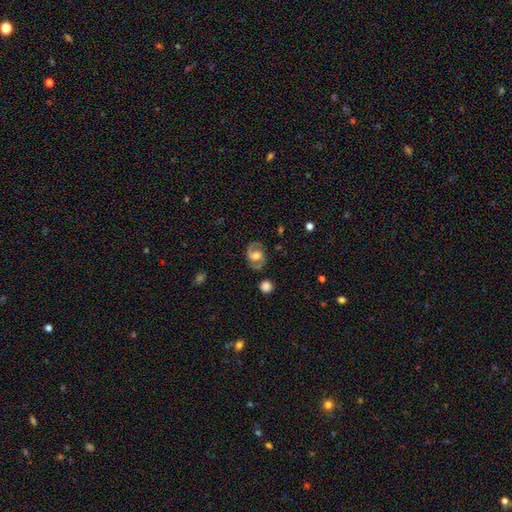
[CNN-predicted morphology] This appears to be a featured or disk galaxy (74%) with no bar (44%), 2 (89%) medium (53%) spiral arms (91%) and a moderate central bulge (61%). Merging: none (78%).